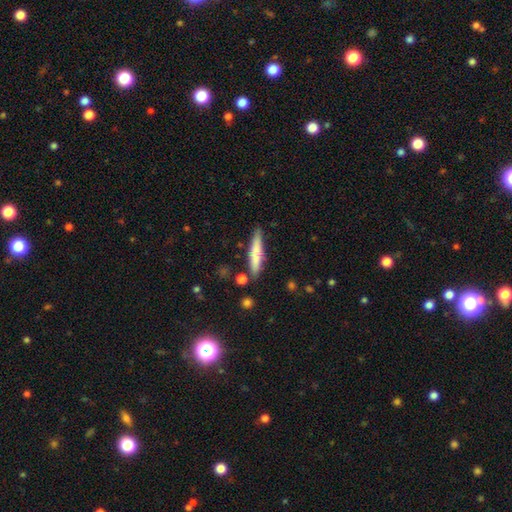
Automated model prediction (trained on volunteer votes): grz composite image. It shows a smooth galaxy with no disk features (73%) that is cigar-shaped (90%). Merging: none (81%).